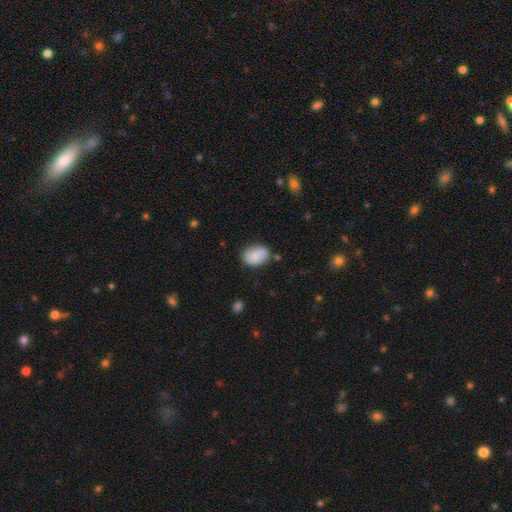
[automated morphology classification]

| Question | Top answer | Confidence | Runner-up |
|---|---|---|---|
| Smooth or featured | smooth | 82% | featured or disk (11%) |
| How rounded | in between | 80% | round (19%) |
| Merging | none | 72% | minor disturbance (20%) |